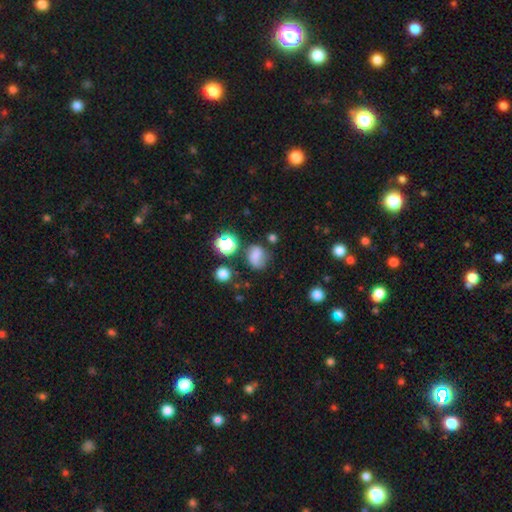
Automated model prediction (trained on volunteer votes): Smooth or featured? Predicted: smooth (p=0.67). How rounded? Predicted: round (p=0.51). Merging? Predicted: none (p=0.54).